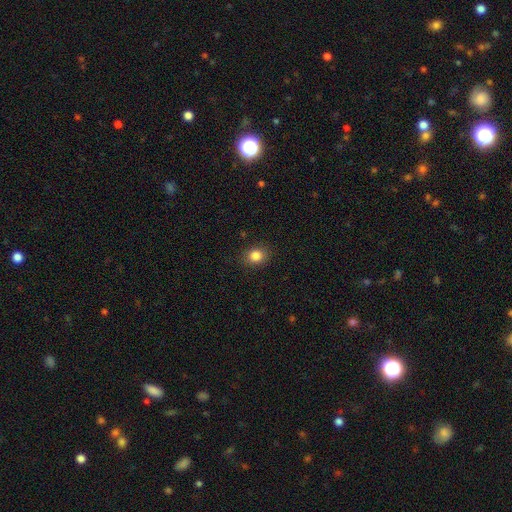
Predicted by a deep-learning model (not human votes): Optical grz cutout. It shows a smooth galaxy with no disk features (84%) that is round (64%). Merging: none (88%).